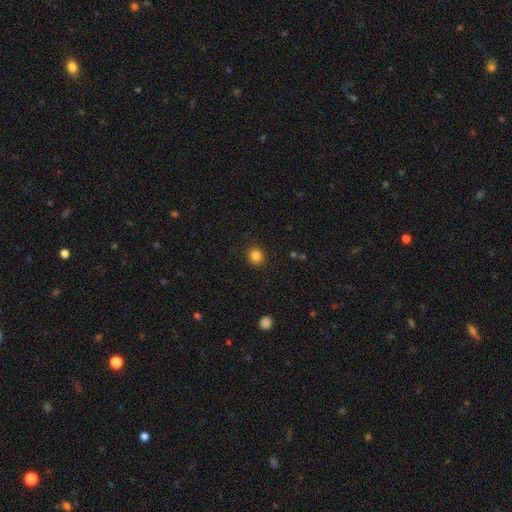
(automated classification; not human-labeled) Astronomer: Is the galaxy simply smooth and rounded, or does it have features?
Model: smooth — 84%.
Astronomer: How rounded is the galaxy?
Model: round — 83%.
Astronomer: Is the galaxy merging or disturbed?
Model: none — 90%.